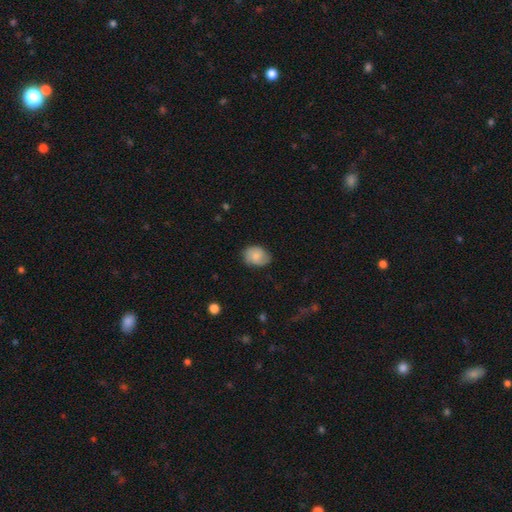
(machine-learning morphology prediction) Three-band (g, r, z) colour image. It shows a smooth galaxy with no disk features (65%) that is in between round and cigar-shaped (57%). Merging: none (74%).